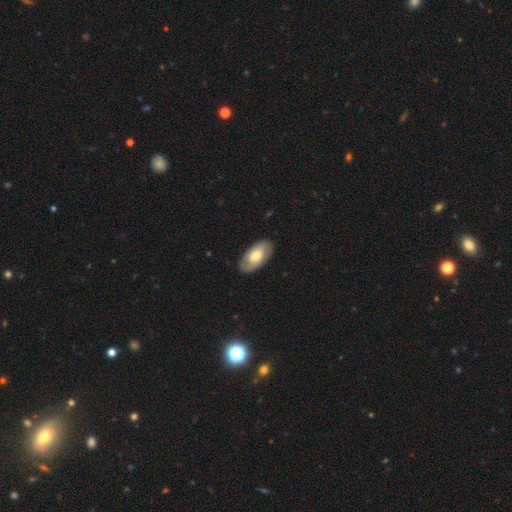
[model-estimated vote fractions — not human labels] Smooth or featured?
  - smooth: 51% *
  - featured or disk: 44%
  - star or artifact: 5%
How rounded?
  - in between: 94% *
  - round: 4%
  - cigar-shaped: 3%
Merging?
  - none: 85% *
  - minor disturbance: 11%
  - major disturbance: 3%
  - merger: 1%